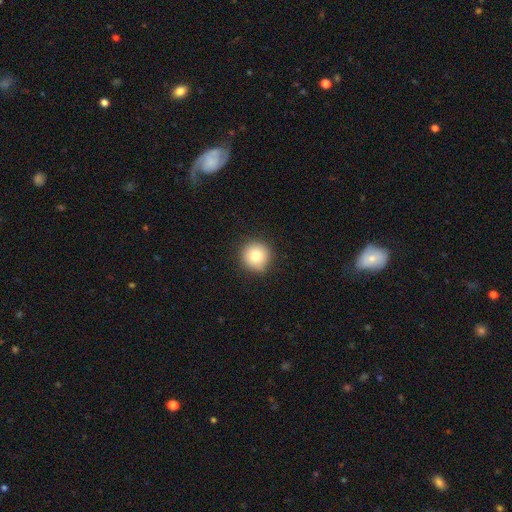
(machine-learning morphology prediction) A smooth galaxy with no disk features (80%) that is round (95%).

Vote fractions:
- Smooth or featured? smooth: 80% / featured or disk: 10% / star or artifact: 10%
- How rounded? round: 95% / in between: 4% / cigar-shaped: 1%
- Merging? none: 87% / minor disturbance: 10% / major disturbance: 2% / merger: 1%